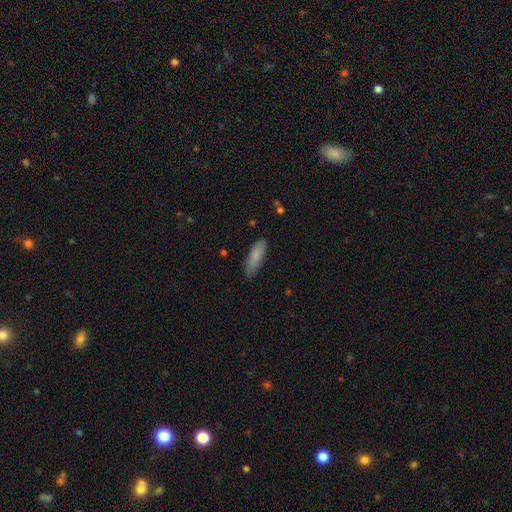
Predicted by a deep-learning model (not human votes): This is clearly a smooth galaxy (83%). How rounded: possibly cigar-shaped (56%). Merging: clearly none (83%).